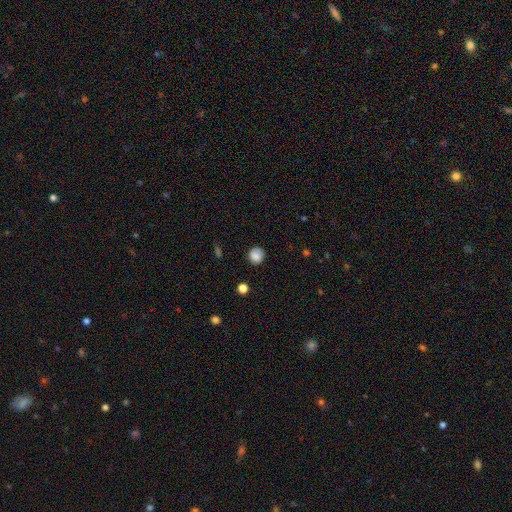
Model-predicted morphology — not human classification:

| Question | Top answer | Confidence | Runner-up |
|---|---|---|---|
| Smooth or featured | smooth | 84% | star or artifact (9%) |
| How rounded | round | 88% | in between (11%) |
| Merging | none | 80% | minor disturbance (15%) |